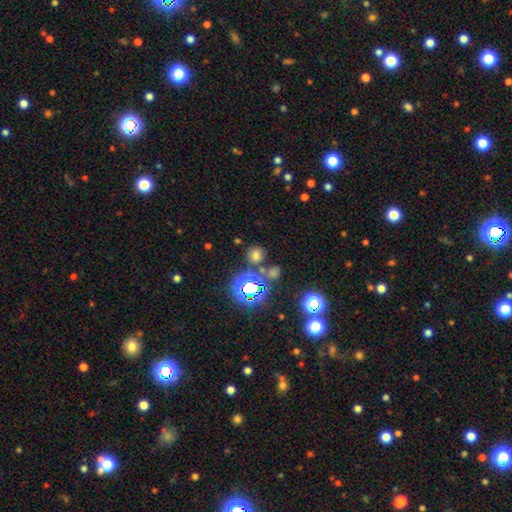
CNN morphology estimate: The model was most divided on "smooth or featured": smooth: 63%, star or artifact: 30%, featured or disk: 7%. More confident: how rounded — round (85%); merging — none (78%).